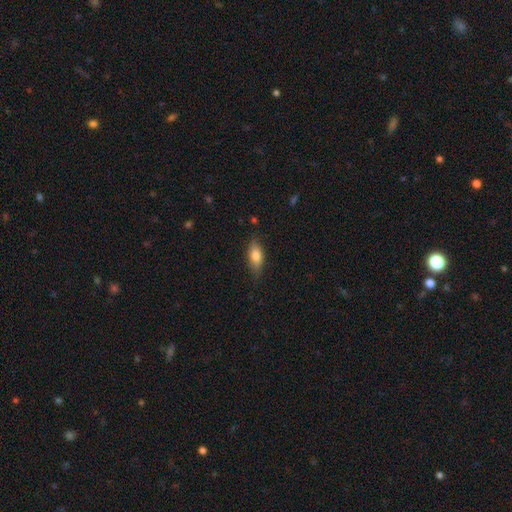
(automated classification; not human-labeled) Q: Smooth or featured?
A: smooth (76%); runner-up: featured or disk (17%)
Q: How rounded?
A: in between (80%); runner-up: cigar-shaped (16%)
Q: Merging?
A: none (77%); runner-up: minor disturbance (18%)